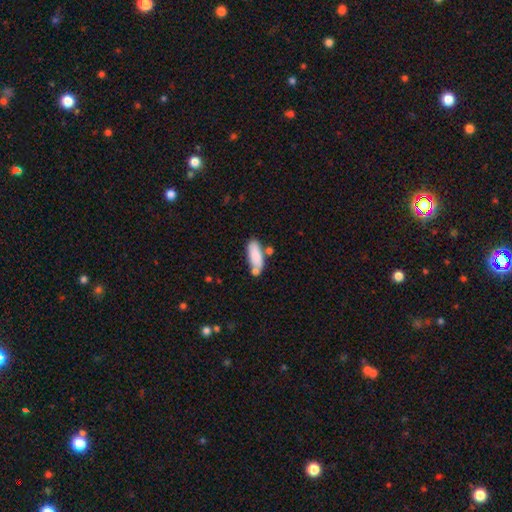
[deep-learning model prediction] Morphology: type=smooth (81%); roundness=in between (68%); merging=none (60%).